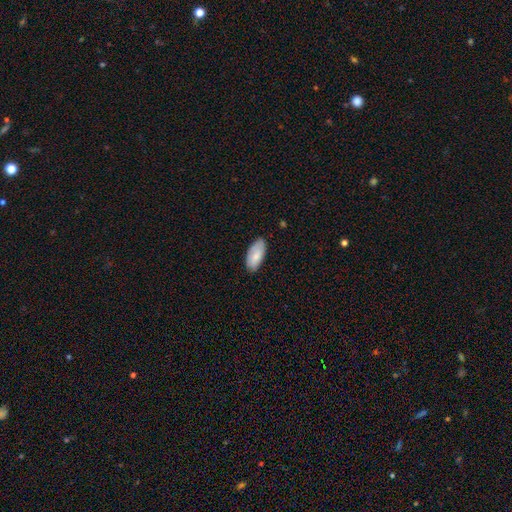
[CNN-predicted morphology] A smooth galaxy with no disk features (81%) that is in between round and cigar-shaped (92%).

Vote fractions:
- Smooth or featured? smooth: 81% / featured or disk: 13% / star or artifact: 6%
- How rounded? in between: 92% / cigar-shaped: 6% / round: 2%
- Merging? none: 79% / minor disturbance: 17% / major disturbance: 2% / merger: 1%